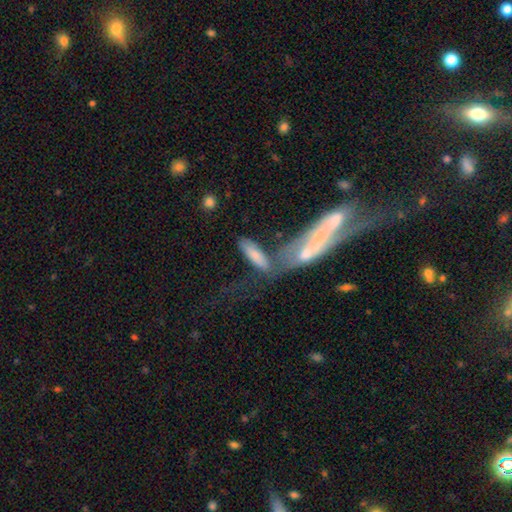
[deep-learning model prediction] smooth_or_featured: smooth (p=0.70) [alt: featured or disk p=0.22]
how_rounded: cigar-shaped (p=0.54) [alt: in between p=0.43]
merging: none (p=0.38) [alt: merger p=0.37]